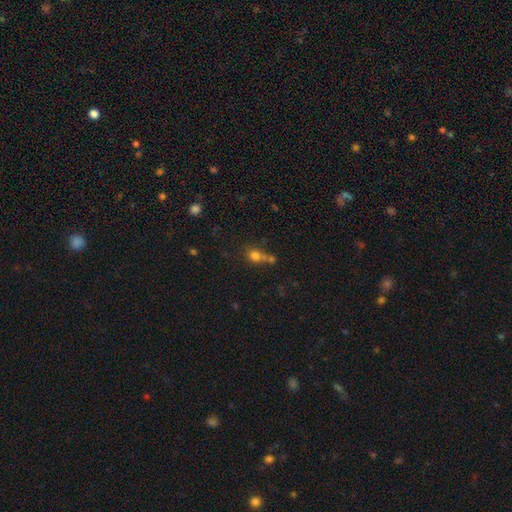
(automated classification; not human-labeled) This appears to be a smooth galaxy with no disk features (73%) that is round (71%). Merging: merger (43%).